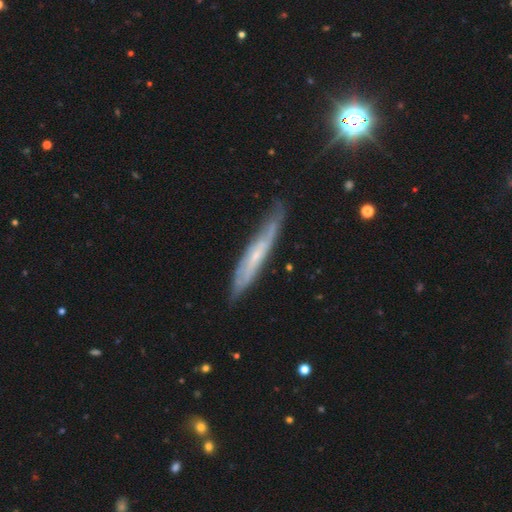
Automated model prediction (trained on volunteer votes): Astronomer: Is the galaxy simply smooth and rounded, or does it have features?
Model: featured or disk — 64%.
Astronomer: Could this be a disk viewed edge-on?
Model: yes — 67%.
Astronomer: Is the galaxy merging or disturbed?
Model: none — 70%.